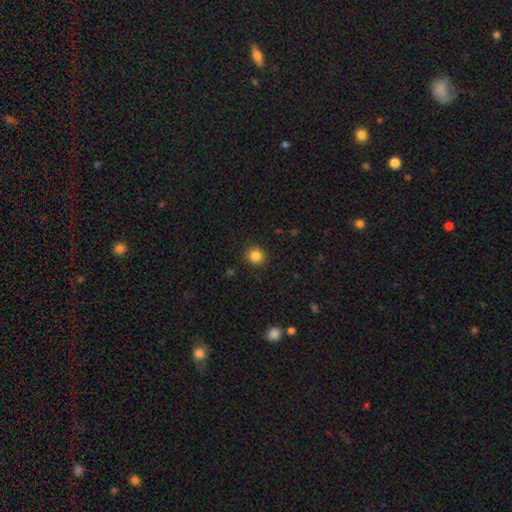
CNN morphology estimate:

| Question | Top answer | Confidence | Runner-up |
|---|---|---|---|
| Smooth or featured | smooth | 85% | star or artifact (11%) |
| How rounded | round | 87% | in between (12%) |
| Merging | none | 90% | minor disturbance (6%) |